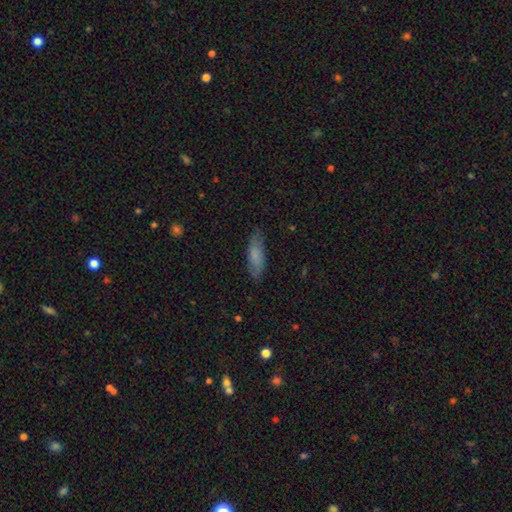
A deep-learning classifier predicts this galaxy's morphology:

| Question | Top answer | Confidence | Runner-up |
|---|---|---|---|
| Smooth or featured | smooth | 74% | featured or disk (19%) |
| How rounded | in between | 58% | cigar-shaped (40%) |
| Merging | none | 77% | minor disturbance (18%) |